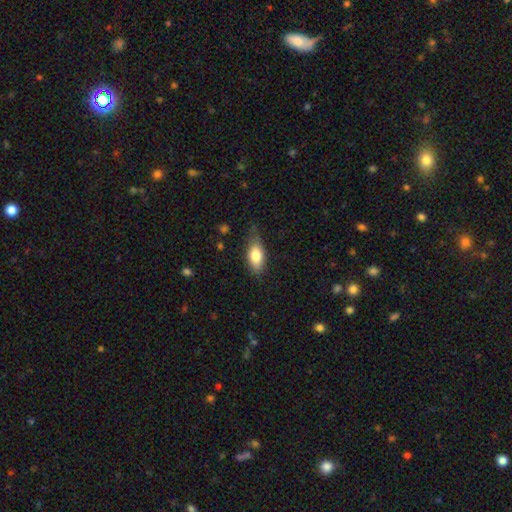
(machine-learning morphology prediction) Smooth or featured? smooth (77%)
How rounded? in between (84%)
Merging? none (68%)